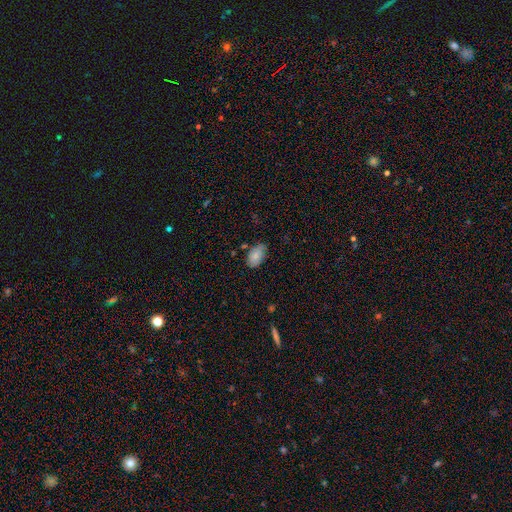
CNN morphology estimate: A smooth galaxy with no disk features (81%) that is in between round and cigar-shaped (93%).

Vote fractions:
- Smooth or featured? smooth: 81% / featured or disk: 12% / star or artifact: 7%
- How rounded? in between: 93% / round: 6% / cigar-shaped: 2%
- Merging? none: 70% / minor disturbance: 23% / major disturbance: 4% / merger: 3%